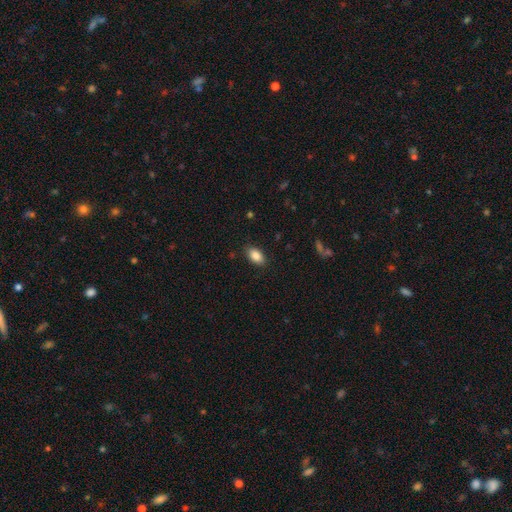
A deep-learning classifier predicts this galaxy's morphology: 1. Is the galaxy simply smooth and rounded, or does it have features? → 88% smooth, 8% star or artifact, 5% featured or disk.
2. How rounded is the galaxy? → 91% in between, 7% round, 2% cigar-shaped.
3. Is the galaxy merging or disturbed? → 87% none, 10% minor disturbance, 3% major disturbance, 1% merger.